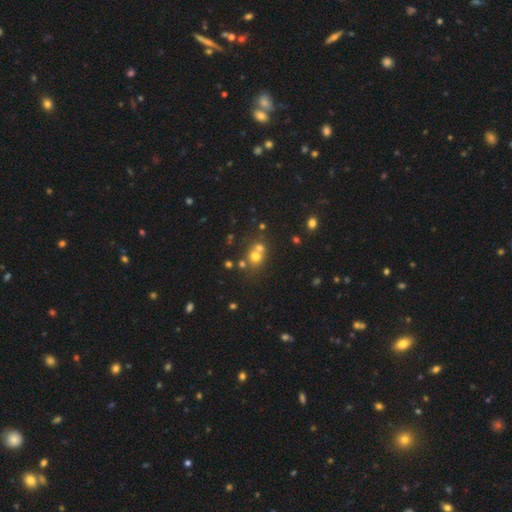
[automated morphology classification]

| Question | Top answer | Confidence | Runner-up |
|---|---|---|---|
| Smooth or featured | smooth | 64% | star or artifact (20%) |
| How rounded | round | 81% | in between (18%) |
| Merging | none | 45% | merger (44%) |